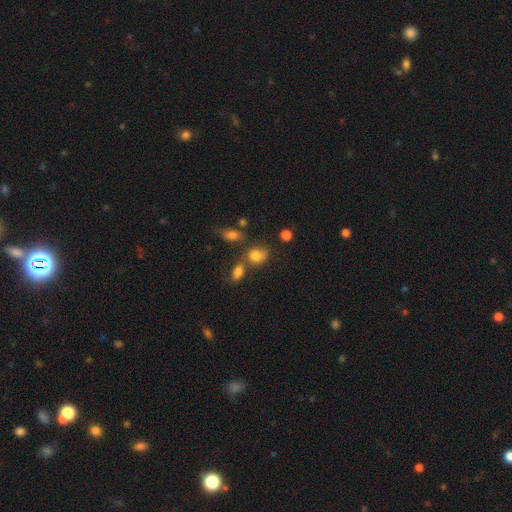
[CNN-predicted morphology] smooth_or_featured: smooth (p=0.75) [alt: star or artifact p=0.13]
how_rounded: round (p=0.52) [alt: in between p=0.46]
merging: none (p=0.44) [alt: merger p=0.28]